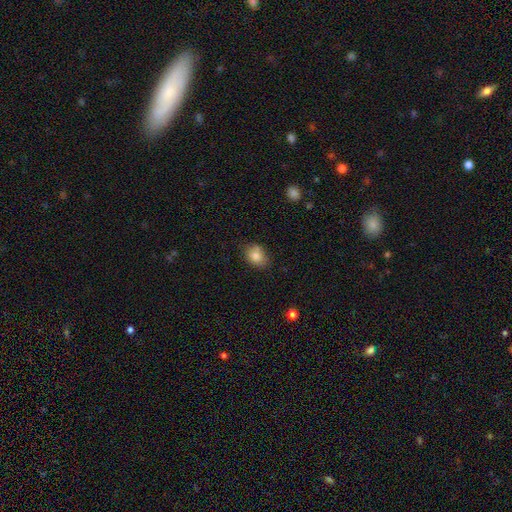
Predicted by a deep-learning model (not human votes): Smooth or featured: smooth — 82% (star or artifact — 9%)
How rounded: in between — 70% (round — 29%)
Merging: none — 71% (minor disturbance — 21%)